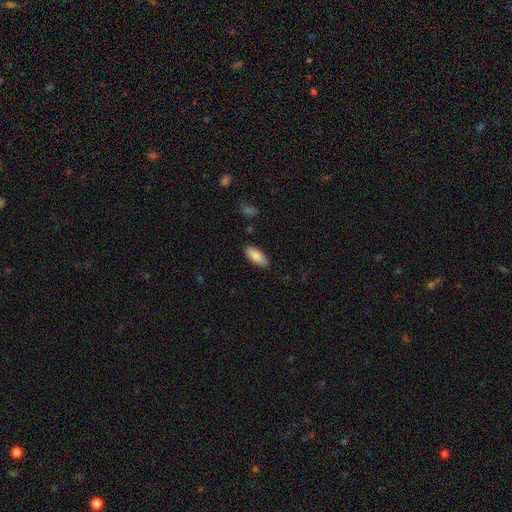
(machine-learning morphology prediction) This appears to be a smooth galaxy with no disk features (86%) that is in between round and cigar-shaped (86%). Merging: none (85%).